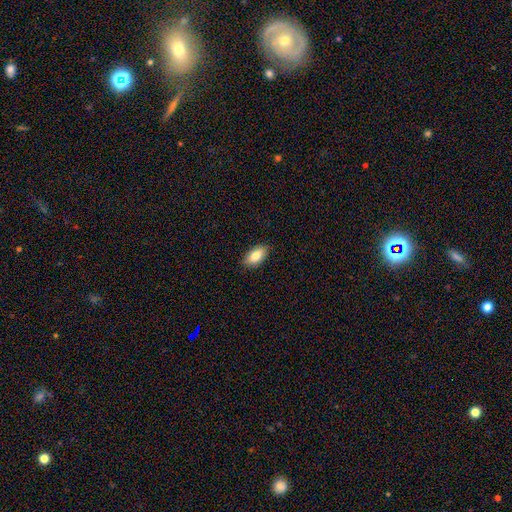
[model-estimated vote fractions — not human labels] A smooth galaxy with no disk features (82%) that is in between round and cigar-shaped (92%). Merging: none (87%).